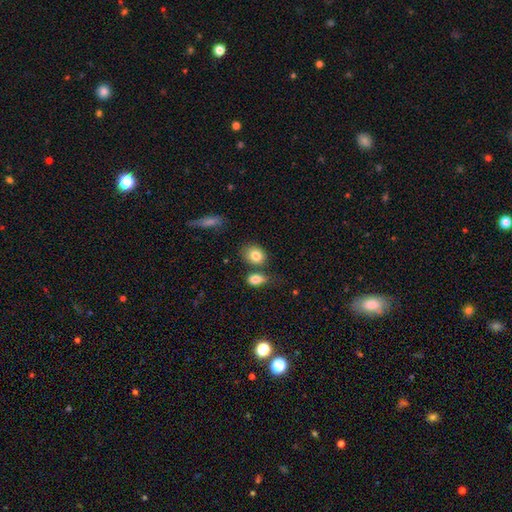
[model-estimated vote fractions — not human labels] smooth_or_featured: smooth (p=0.83) [alt: featured or disk p=0.09]
how_rounded: in between (p=0.56) [alt: round p=0.42]
merging: none (p=0.64) [alt: merger p=0.18]